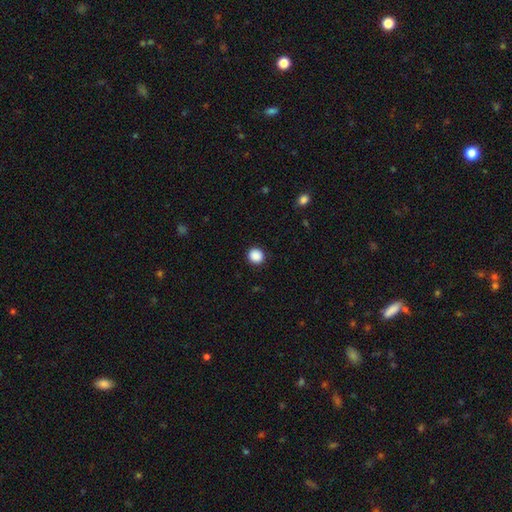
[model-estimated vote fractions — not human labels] This appears to be a smooth galaxy with no disk features (89%) that is round (89%). Merging: none (91%).